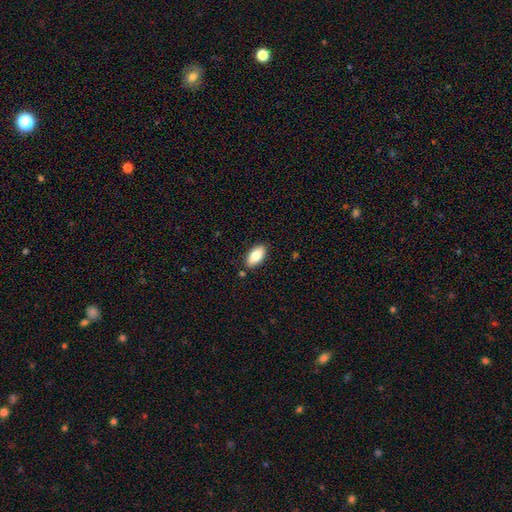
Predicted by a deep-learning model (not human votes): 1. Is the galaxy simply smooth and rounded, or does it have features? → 81% smooth, 13% featured or disk, 7% star or artifact.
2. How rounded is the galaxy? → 91% in between, 6% cigar-shaped, 3% round.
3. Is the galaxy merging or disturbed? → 86% none, 10% minor disturbance, 2% merger, 2% major disturbance.